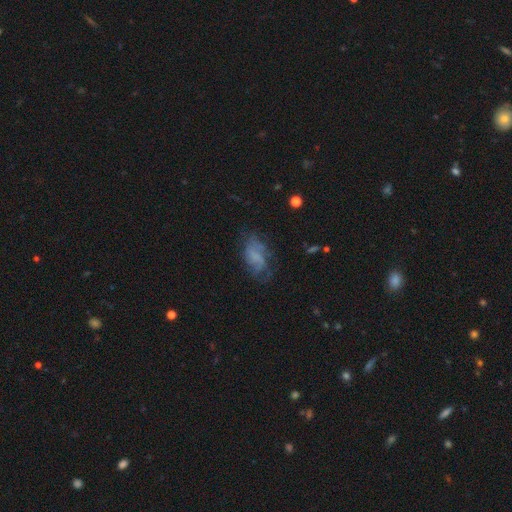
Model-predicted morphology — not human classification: smooth-or-featured: featured or disk: 51% | smooth: 37% | star or artifact: 12%
  disk-edge-on: no: 95% | yes: 5%
  merging: none: 51% | minor disturbance: 25% | major disturbance: 21% | merger: 2%